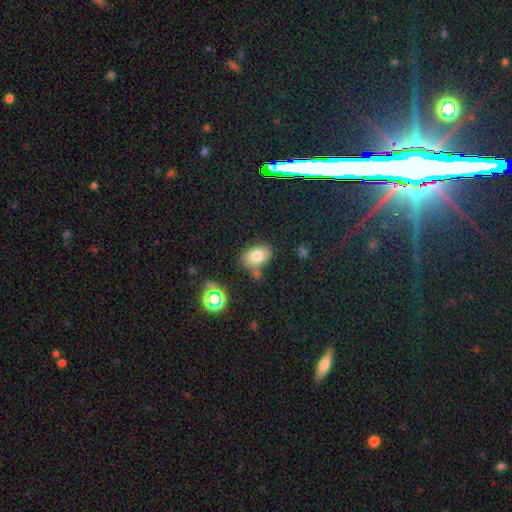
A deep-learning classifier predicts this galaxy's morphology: A smooth galaxy with no disk features (72%) that is in between round and cigar-shaped (73%). Merging: none (73%).